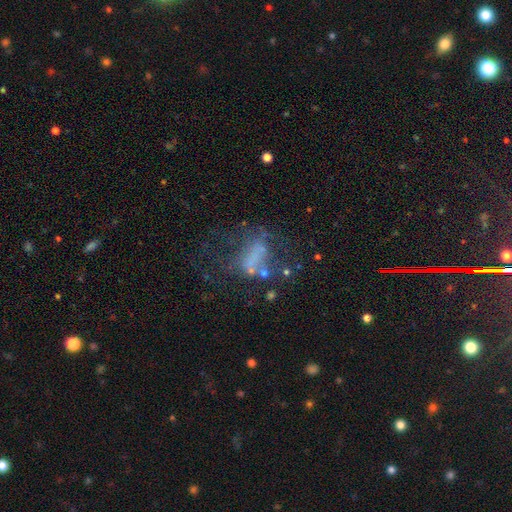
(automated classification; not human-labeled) smooth-or-featured: featured or disk: 47% | smooth: 29% | star or artifact: 24%
  merging: major disturbance: 39% | none: 34% | minor disturbance: 16% | merger: 11%